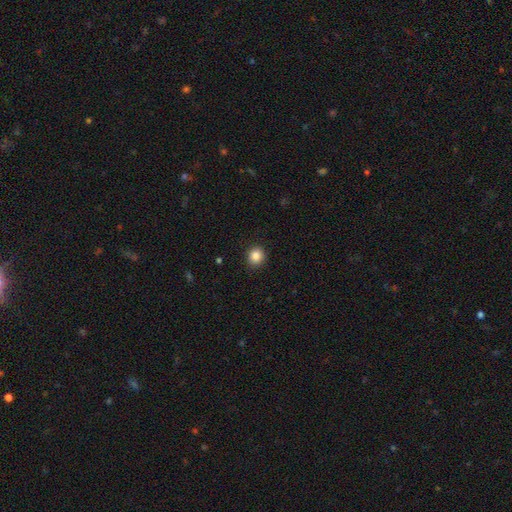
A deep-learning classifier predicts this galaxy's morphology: The model was most divided on "smooth or featured": smooth: 86%, star or artifact: 10%, featured or disk: 4%. More confident: merging — none (91%); how rounded — round (88%).